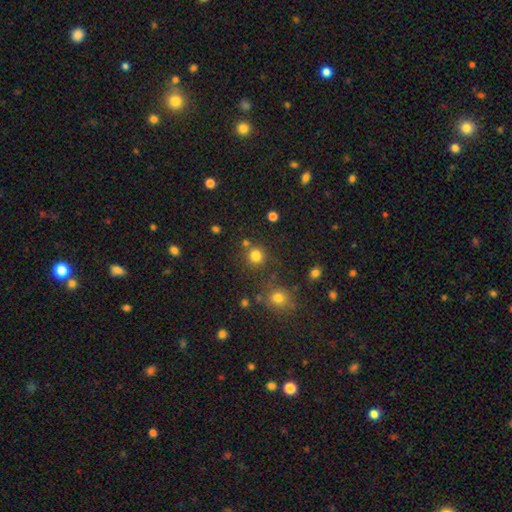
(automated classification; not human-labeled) Q: Smooth or featured?
A: smooth (79%); runner-up: star or artifact (16%)
Q: How rounded?
A: round (91%); runner-up: in between (8%)
Q: Merging?
A: none (76%); runner-up: merger (11%)